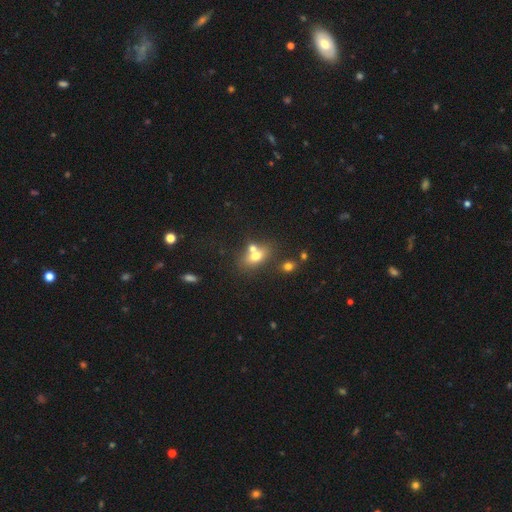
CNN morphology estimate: A smooth galaxy with no disk features (68%) that is in between round and cigar-shaped (69%). Merging: none (42%, tied with merger).